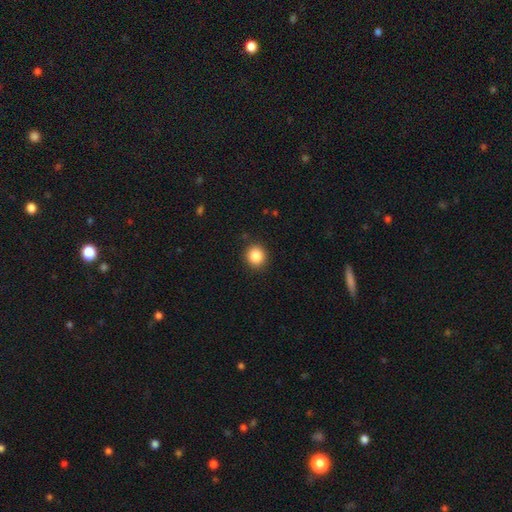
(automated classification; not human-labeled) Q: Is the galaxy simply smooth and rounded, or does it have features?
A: smooth — 87%.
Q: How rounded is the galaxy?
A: round — 88%.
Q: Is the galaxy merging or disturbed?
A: none — 90%.